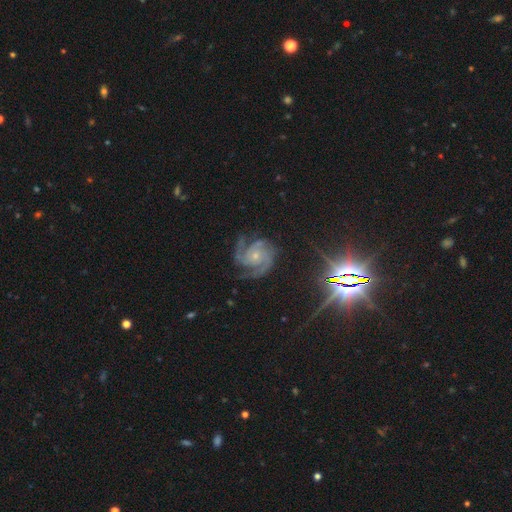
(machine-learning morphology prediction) This is clearly a featured or disk galaxy (89%). It is clearly not viewed edge-on (98%). Bar: likely no (77%). Spiral arm pattern: clearly yes (98%). Spiral arm count: possibly 3 (58%). Spiral winding: possibly tight (52%). Central bulge: likely small (71%). Merging: likely none (71%).